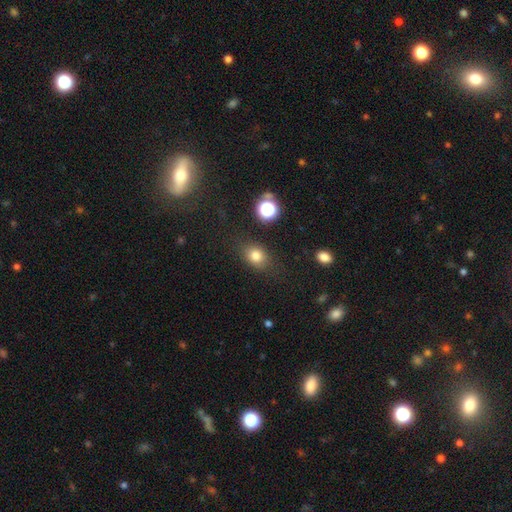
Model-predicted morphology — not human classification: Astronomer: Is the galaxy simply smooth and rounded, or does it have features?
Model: smooth — 78%.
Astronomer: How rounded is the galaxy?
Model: in between — 53% (runner-up: round, 46%).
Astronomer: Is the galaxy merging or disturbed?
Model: none — 77%.